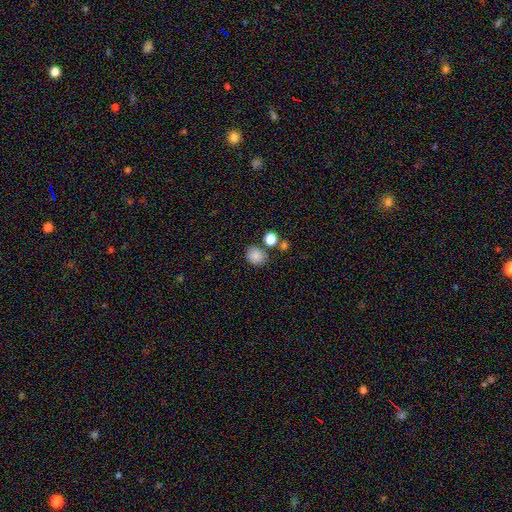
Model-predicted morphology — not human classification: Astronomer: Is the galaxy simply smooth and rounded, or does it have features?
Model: smooth — 85%.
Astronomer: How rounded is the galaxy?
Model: round — 76%.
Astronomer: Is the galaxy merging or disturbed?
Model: none — 76%.